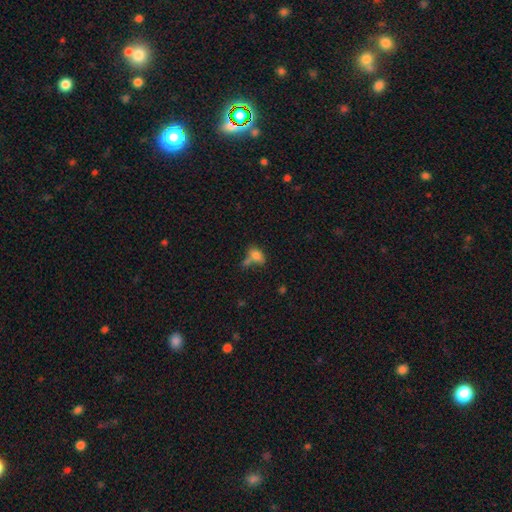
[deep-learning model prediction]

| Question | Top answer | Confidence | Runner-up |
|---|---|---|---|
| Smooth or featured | smooth | 78% | featured or disk (12%) |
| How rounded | in between | 85% | round (10%) |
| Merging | none | 41% | merger (33%) |